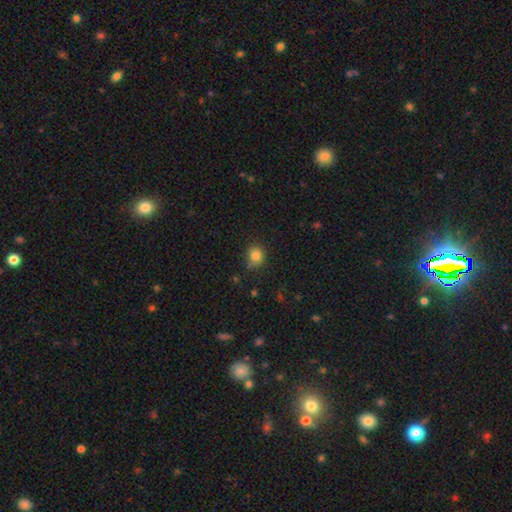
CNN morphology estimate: smooth-or-featured: smooth: 84% | star or artifact: 11% | featured or disk: 5%
  how-rounded: round: 77% | in between: 23% | cigar-shaped: 1%
  merging: none: 78% | minor disturbance: 15% | major disturbance: 3% | merger: 3%